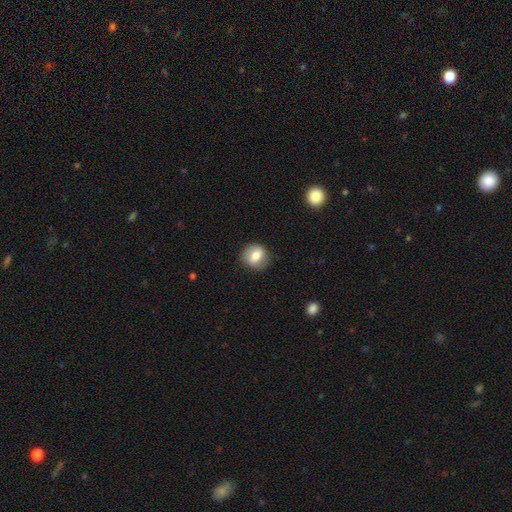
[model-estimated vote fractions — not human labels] Morphology: type=smooth (68%); roundness=round (74%); merging=none (83%).